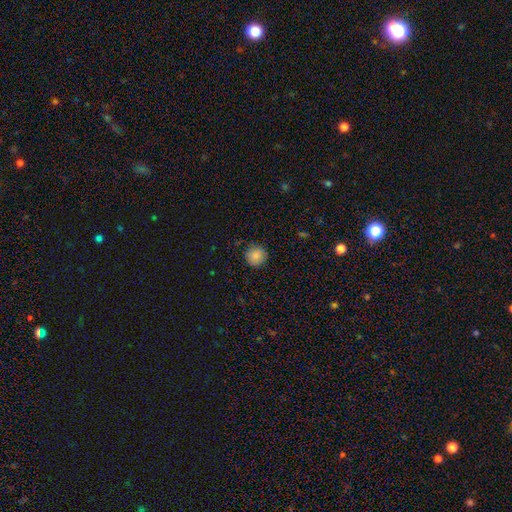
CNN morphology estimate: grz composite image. It shows a smooth galaxy with no disk features (86%) that is round (94%). Merging: none (88%).